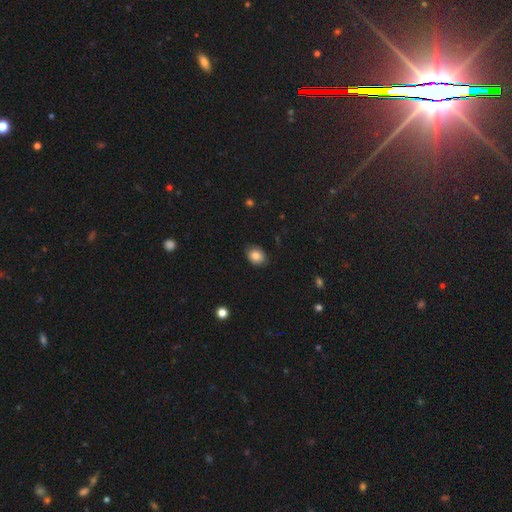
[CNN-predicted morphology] Smooth or featured?
  - smooth: 84% *
  - star or artifact: 9%
  - featured or disk: 7%
How rounded?
  - in between: 65% *
  - round: 34%
  - cigar-shaped: 1%
Merging?
  - none: 84% *
  - minor disturbance: 12%
  - major disturbance: 2%
  - merger: 1%